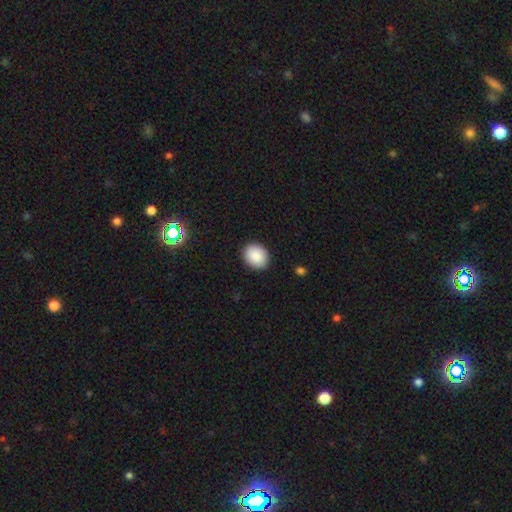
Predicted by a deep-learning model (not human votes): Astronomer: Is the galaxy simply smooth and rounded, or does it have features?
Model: smooth — 89%.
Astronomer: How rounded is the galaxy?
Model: round — 57% (runner-up: in between, 42%).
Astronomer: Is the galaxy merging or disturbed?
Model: none — 90%.